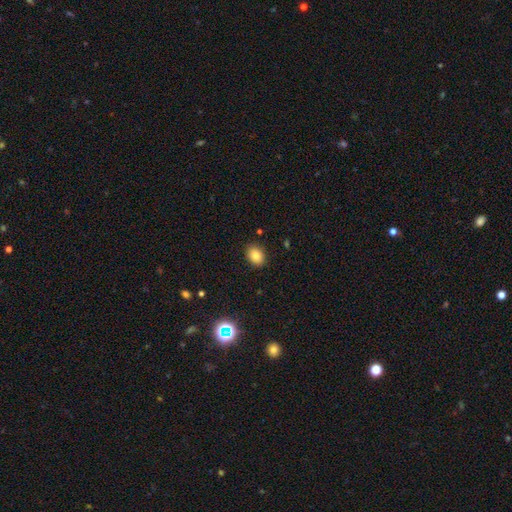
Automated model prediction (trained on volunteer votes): Q: Smooth or featured?
A: smooth (84%); runner-up: star or artifact (11%)
Q: How rounded?
A: in between (62%); runner-up: round (37%)
Q: Merging?
A: none (88%); runner-up: minor disturbance (8%)